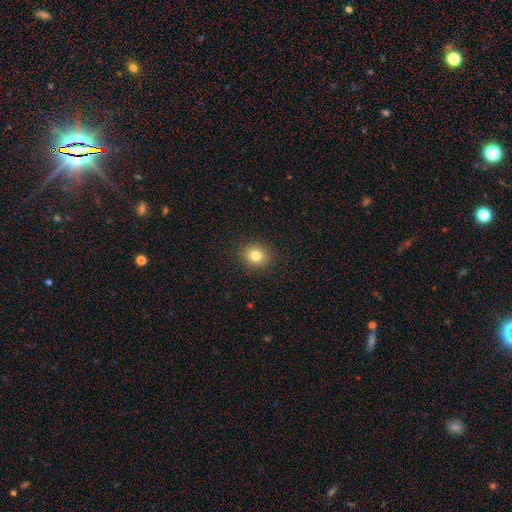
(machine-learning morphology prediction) smooth_or_featured: smooth (p=0.81) [alt: star or artifact p=0.11]
how_rounded: round (p=0.67) [alt: in between p=0.33]
merging: none (p=0.90) [alt: minor disturbance p=0.07]